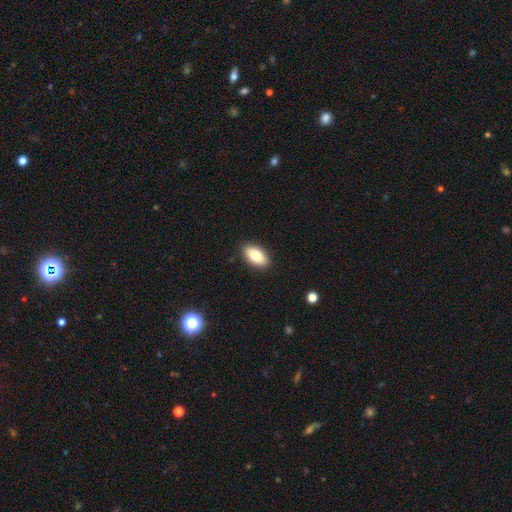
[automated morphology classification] The model was most divided on "smooth or featured": smooth: 79%, featured or disk: 14%, star or artifact: 7%. More confident: how rounded — in between (92%); merging — none (90%).